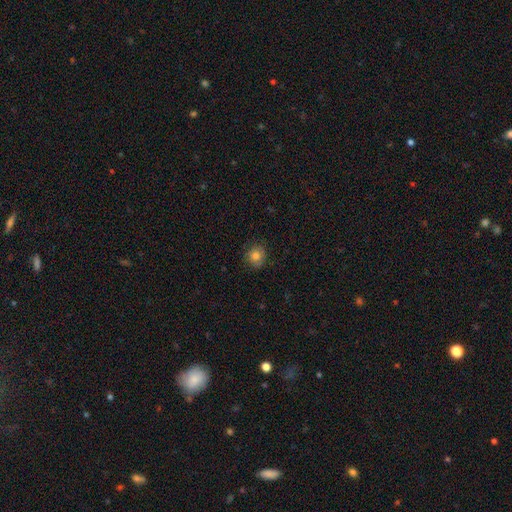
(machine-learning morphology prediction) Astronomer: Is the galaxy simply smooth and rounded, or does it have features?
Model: smooth — 80%.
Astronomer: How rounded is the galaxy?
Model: round — 85%.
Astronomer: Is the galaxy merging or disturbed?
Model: none — 83%.